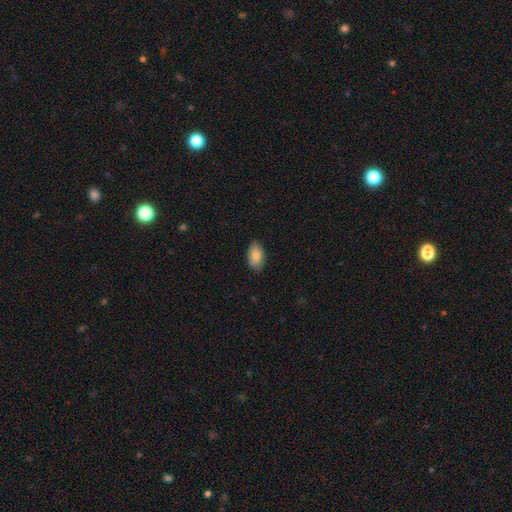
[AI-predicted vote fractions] A smooth galaxy with no disk features (84%) that is in between round and cigar-shaped (94%).

Vote fractions:
- Smooth or featured? smooth: 84% / featured or disk: 9% / star or artifact: 6%
- How rounded? in between: 94% / round: 4% / cigar-shaped: 2%
- Merging? none: 85% / minor disturbance: 12% / major disturbance: 2% / merger: 1%